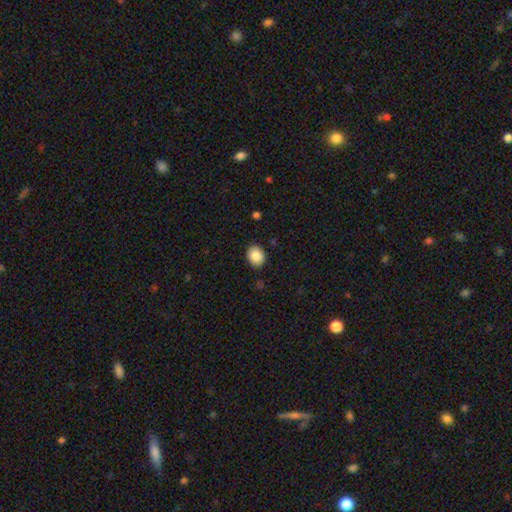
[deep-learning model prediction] Smooth or featured?
  - smooth: 86% *
  - star or artifact: 8%
  - featured or disk: 5%
How rounded?
  - round: 54% *
  - in between: 46%
  - cigar-shaped: 1%
Merging?
  - none: 89% *
  - minor disturbance: 8%
  - major disturbance: 2%
  - merger: 1%